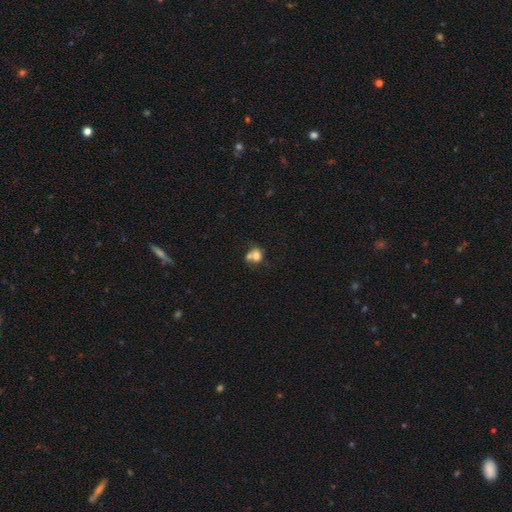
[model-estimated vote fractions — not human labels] Smooth or featured?
  - smooth: 71% *
  - featured or disk: 18%
  - star or artifact: 11%
How rounded?
  - round: 64% *
  - in between: 35%
  - cigar-shaped: 1%
Merging?
  - merger: 53% *
  - none: 31%
  - minor disturbance: 11%
  - major disturbance: 6%